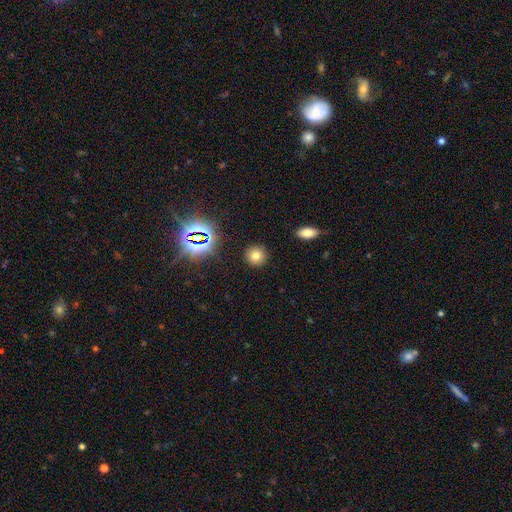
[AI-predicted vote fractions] smooth_or_featured: smooth (p=0.73) [alt: star or artifact p=0.18]
how_rounded: round (p=0.92) [alt: in between p=0.07]
merging: none (p=0.91) [alt: minor disturbance p=0.06]